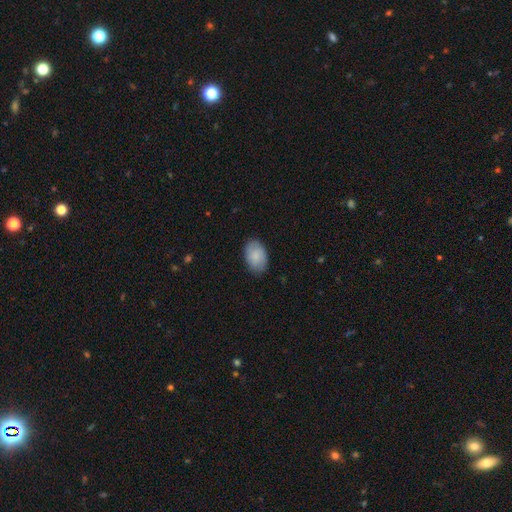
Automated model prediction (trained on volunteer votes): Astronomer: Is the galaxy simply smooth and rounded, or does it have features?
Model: smooth — 80%.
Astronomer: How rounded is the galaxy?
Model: in between — 88%.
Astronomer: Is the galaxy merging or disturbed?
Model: none — 84%.